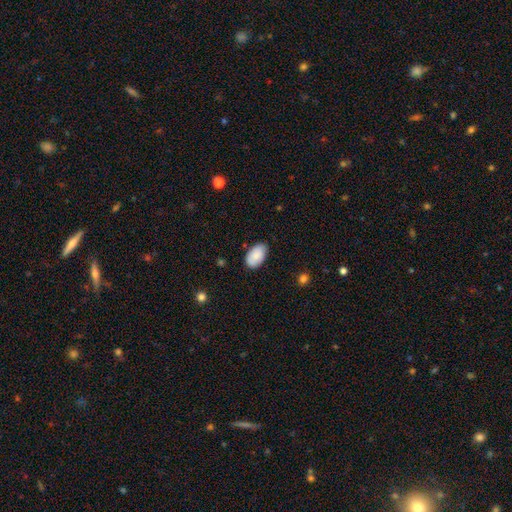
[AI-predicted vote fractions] This appears to be a smooth galaxy with no disk features (83%) that is in between round and cigar-shaped (93%). Merging: none (79%).